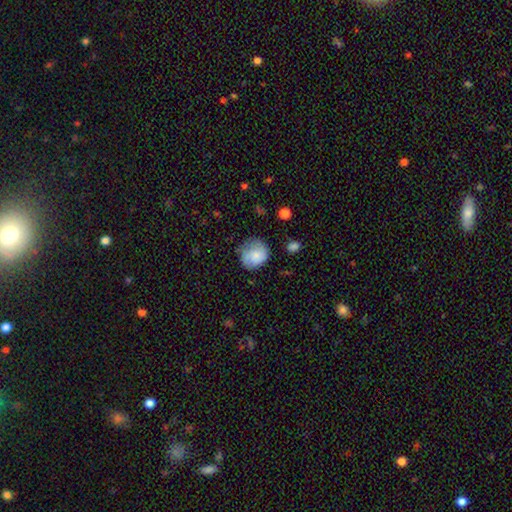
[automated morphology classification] This appears to be a smooth galaxy with no disk features (69%) that is round (76%). Merging: none (61%).